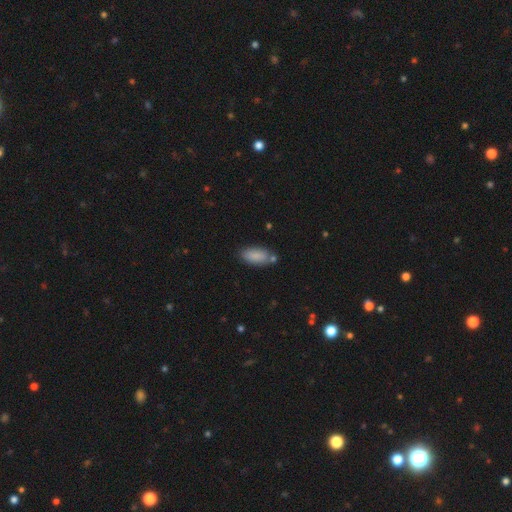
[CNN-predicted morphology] smooth-or-featured: smooth: 87% | star or artifact: 7% | featured or disk: 6%
  how-rounded: in between: 87% | cigar-shaped: 11% | round: 2%
  merging: none: 72% | minor disturbance: 16% | merger: 9% | major disturbance: 4%